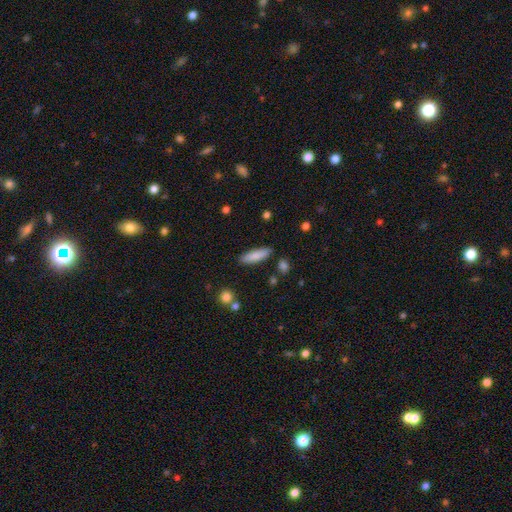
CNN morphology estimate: smooth-or-featured: smooth: 84% | featured or disk: 10% | star or artifact: 6%
  how-rounded: cigar-shaped: 50% | in between: 48% | round: 2%
  merging: none: 85% | minor disturbance: 10% | merger: 2% | major disturbance: 2%